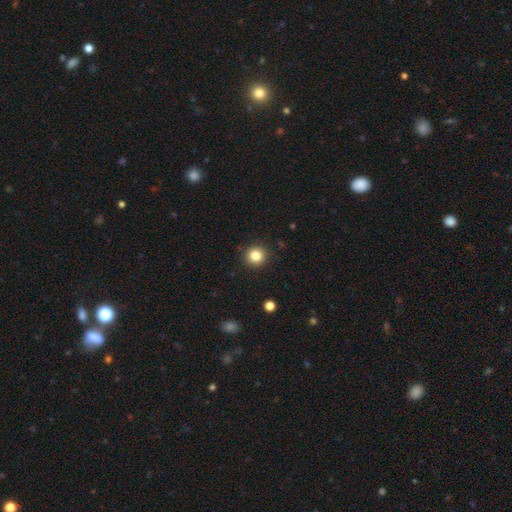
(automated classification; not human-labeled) This appears to be a smooth galaxy with no disk features (83%) that is round (93%). Merging: none (91%).